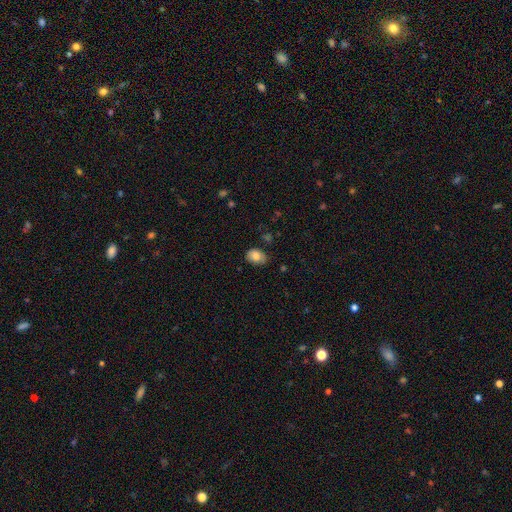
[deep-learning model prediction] Smooth or featured: smooth — 81% (featured or disk — 11%)
How rounded: in between — 77% (round — 22%)
Merging: none — 69% (minor disturbance — 25%)